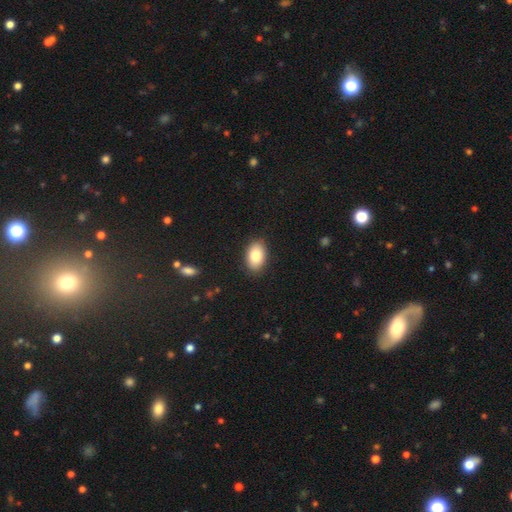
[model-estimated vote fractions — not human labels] This appears to be a smooth galaxy with no disk features (84%) that is in between round and cigar-shaped (89%). Merging: none (88%).